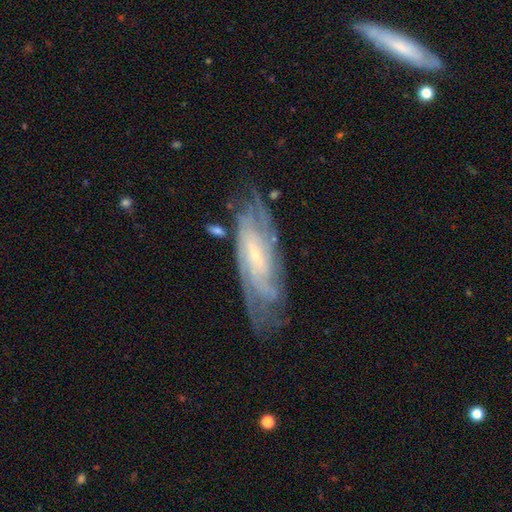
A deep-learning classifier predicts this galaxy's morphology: Smooth or featured? featured or disk (83%)
Edge-on disk? no (85%)
Bar? no (46%)
Spiral arms? yes (94%)
Spiral winding? tight (63%)
Spiral arm count? can't tell (44%)
Bulge size? small (77%)
Merging? none (71%)